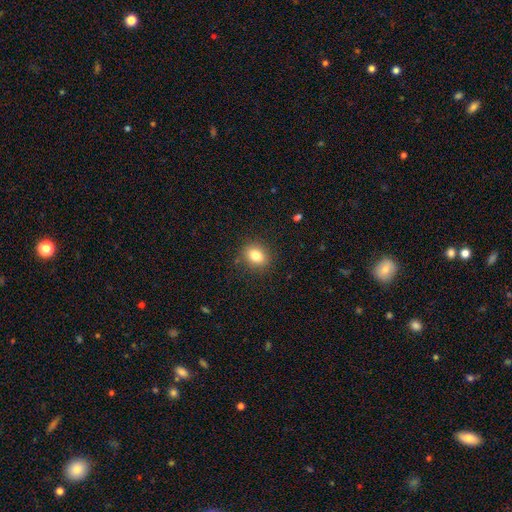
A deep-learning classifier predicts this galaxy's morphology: This appears to be a smooth galaxy with no disk features (81%) that is round (52%). Merging: none (87%).